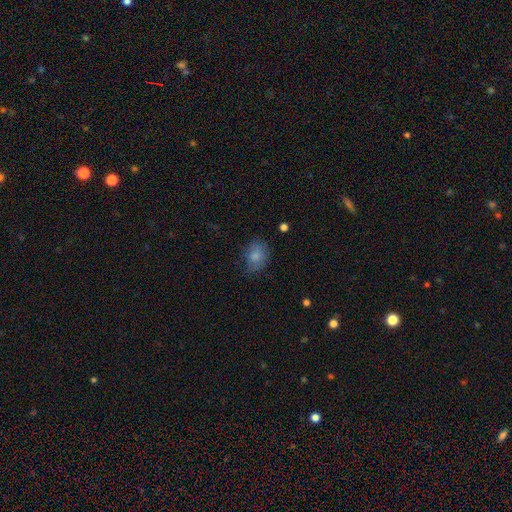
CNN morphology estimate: This is clearly a smooth galaxy (81%). How rounded: possibly in between (53%). Merging: likely none (67%).